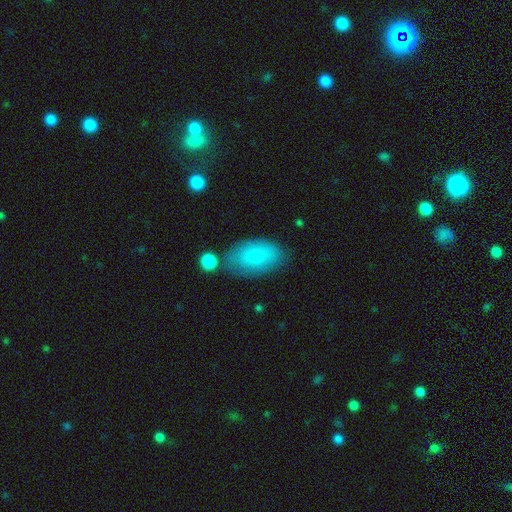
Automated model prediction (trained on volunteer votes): A smooth galaxy with no disk features (83%) that is in between round and cigar-shaped (93%).

Vote fractions:
- Smooth or featured? smooth: 83% / featured or disk: 11% / star or artifact: 7%
- How rounded? in between: 93% / round: 5% / cigar-shaped: 2%
- Merging? none: 69% / minor disturbance: 19% / merger: 6% / major disturbance: 6%